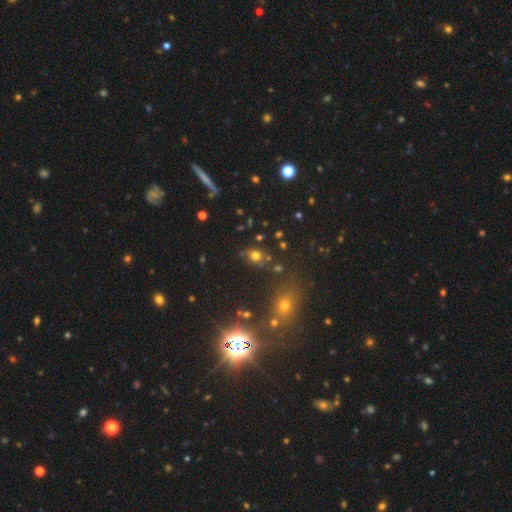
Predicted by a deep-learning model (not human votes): Smooth or featured: smooth — 69% (star or artifact — 22%)
How rounded: round — 65% (in between — 33%)
Merging: none — 74% (minor disturbance — 13%)